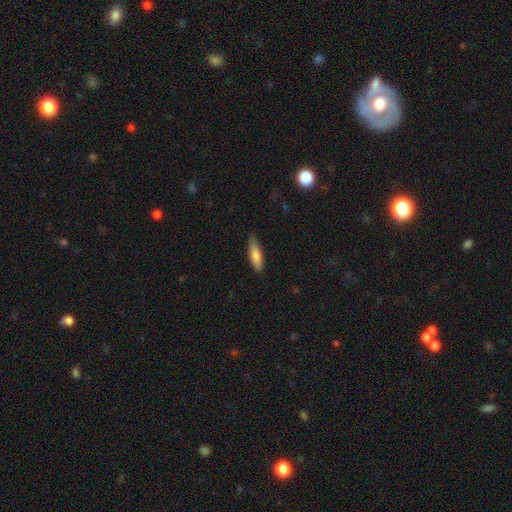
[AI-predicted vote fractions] smooth 80%, featured or disk 14%, star or artifact 6%. Down the decision tree: how rounded — cigar-shaped (61%); merging — none (80%).